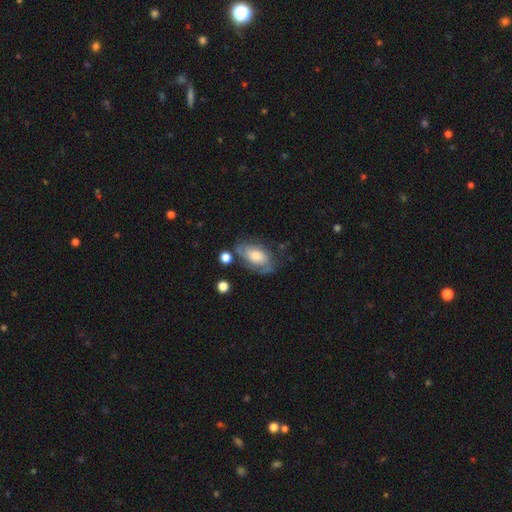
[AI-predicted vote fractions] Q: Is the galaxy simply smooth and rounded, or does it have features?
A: featured or disk — 49%.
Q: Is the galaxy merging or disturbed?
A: none — 52%.